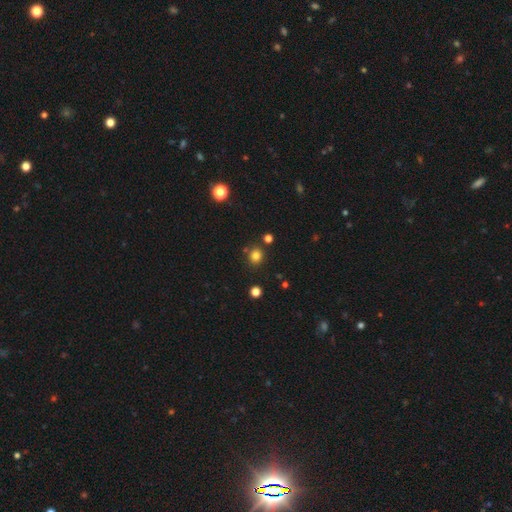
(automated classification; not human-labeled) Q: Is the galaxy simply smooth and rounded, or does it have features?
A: smooth — 80%.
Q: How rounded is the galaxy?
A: round — 81%.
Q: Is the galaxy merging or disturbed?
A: none — 82%.